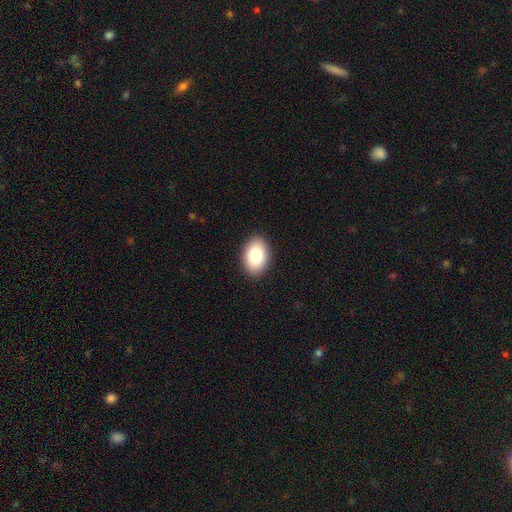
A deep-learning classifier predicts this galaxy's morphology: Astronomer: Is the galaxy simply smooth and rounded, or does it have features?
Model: smooth — 84%.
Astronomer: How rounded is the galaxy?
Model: in between — 86%.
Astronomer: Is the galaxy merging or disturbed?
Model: none — 90%.